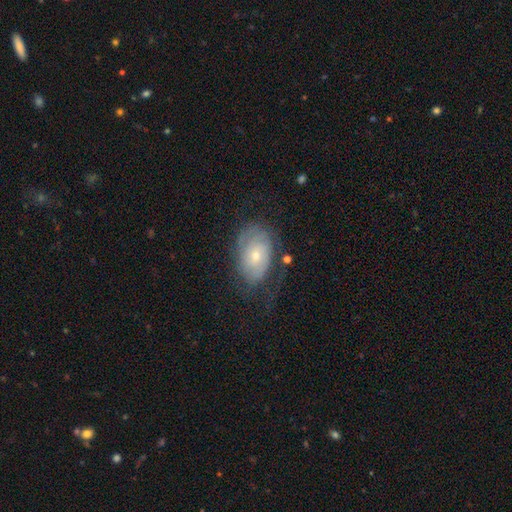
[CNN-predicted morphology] Smooth or featured: featured or disk — 58% (smooth — 34%)
Edge-on disk: no — 94% (yes — 6%)
Bar: no — 78% (weak — 19%)
Spiral arms: yes — 72% (no — 28%)
Bulge size: small — 56% (moderate — 40%)
Merging: none — 57% (minor disturbance — 25%)